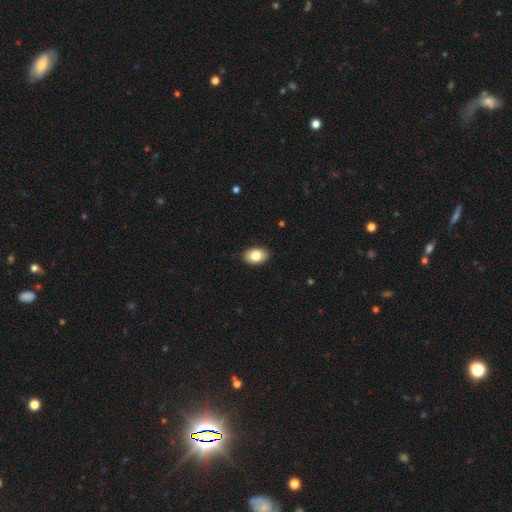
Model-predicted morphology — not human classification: Smooth or featured: smooth — 81% (featured or disk — 12%)
How rounded: in between — 86% (round — 13%)
Merging: none — 90% (minor disturbance — 8%)